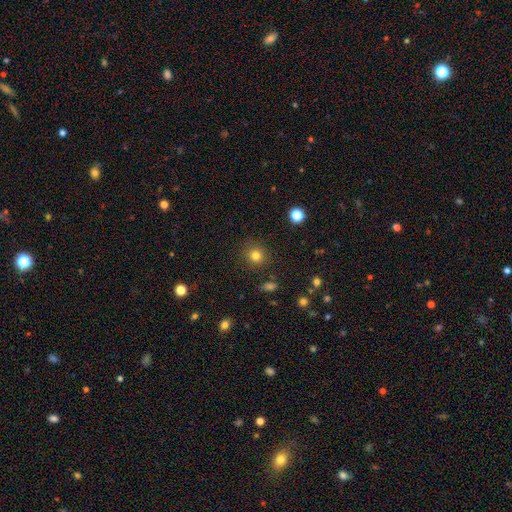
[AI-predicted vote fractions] Overall: smooth (80%). How rounded: round (88%). Merging: none (87%).